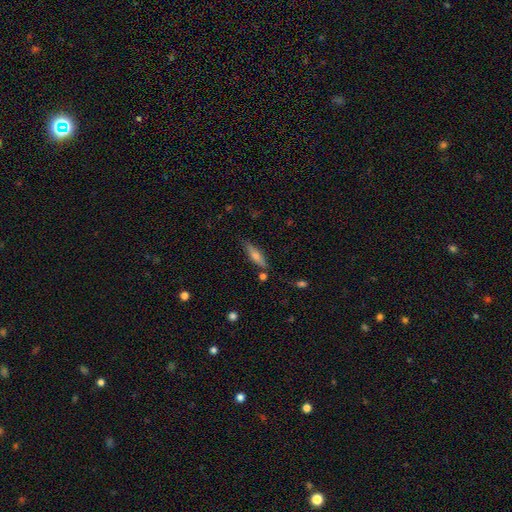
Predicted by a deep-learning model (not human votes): Smooth or featured: smooth — 48% (featured or disk — 43%)
Merging: none — 79% (minor disturbance — 13%)